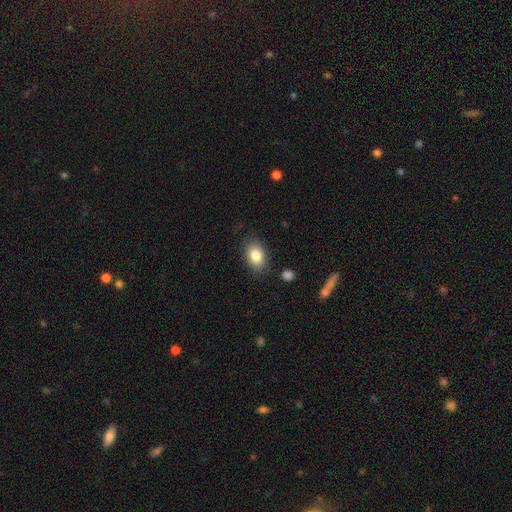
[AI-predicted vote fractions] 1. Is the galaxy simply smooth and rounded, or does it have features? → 82% smooth, 9% featured or disk, 8% star or artifact.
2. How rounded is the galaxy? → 79% in between, 20% round, 1% cigar-shaped.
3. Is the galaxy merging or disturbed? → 83% none, 12% minor disturbance, 3% major disturbance, 2% merger.